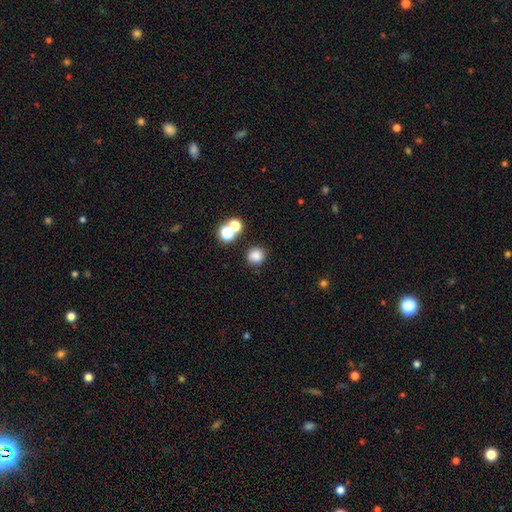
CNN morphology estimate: This is clearly a smooth galaxy (82%). How rounded: clearly round (85%). Merging: likely none (78%).